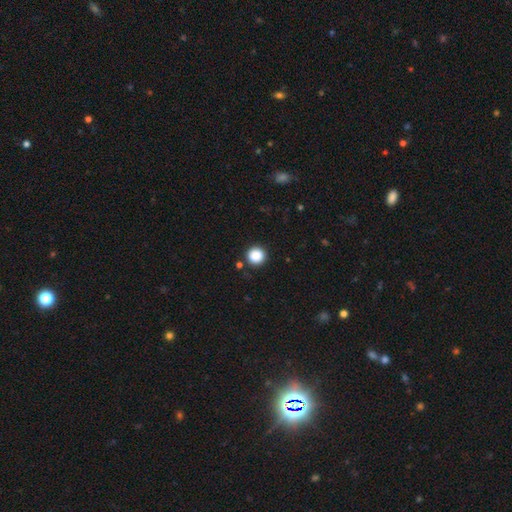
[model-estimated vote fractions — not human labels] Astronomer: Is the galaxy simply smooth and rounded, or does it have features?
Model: smooth — 87%.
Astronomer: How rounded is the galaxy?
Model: round — 95%.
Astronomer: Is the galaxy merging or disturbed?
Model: none — 89%.